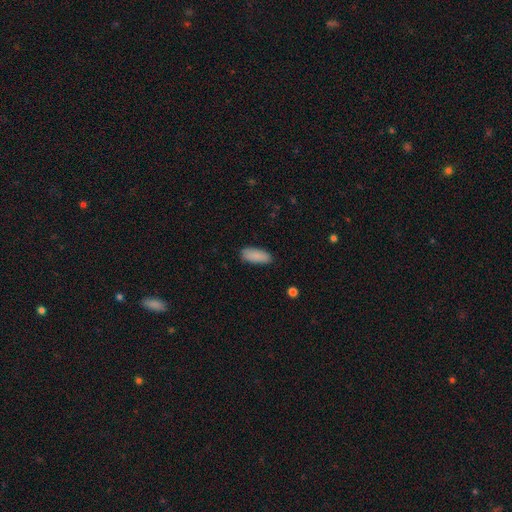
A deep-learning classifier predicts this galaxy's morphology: This is clearly a smooth galaxy (89%). How rounded: likely in between (80%). Merging: clearly none (84%).